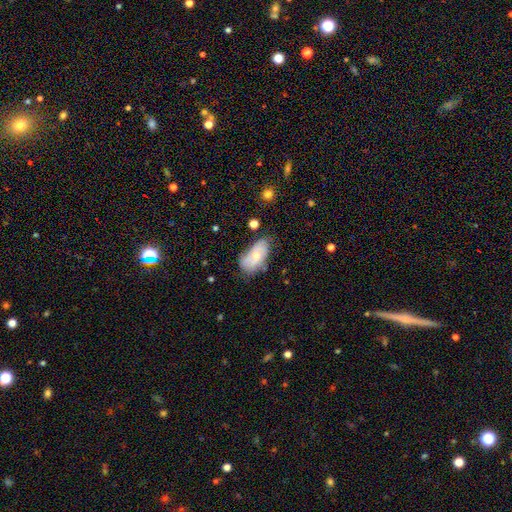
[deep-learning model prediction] Smooth or featured? Predicted: smooth (p=0.53). How rounded? Predicted: in between (p=0.92). Merging? Predicted: none (p=0.51).